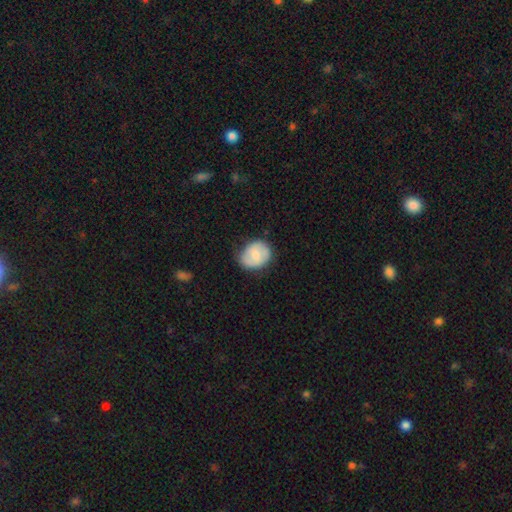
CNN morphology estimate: Smooth or featured?
  - smooth: 62% *
  - featured or disk: 31%
  - star or artifact: 6%
How rounded?
  - round: 55% *
  - in between: 44%
  - cigar-shaped: 1%
Merging?
  - none: 70% *
  - minor disturbance: 23%
  - major disturbance: 5%
  - merger: 1%